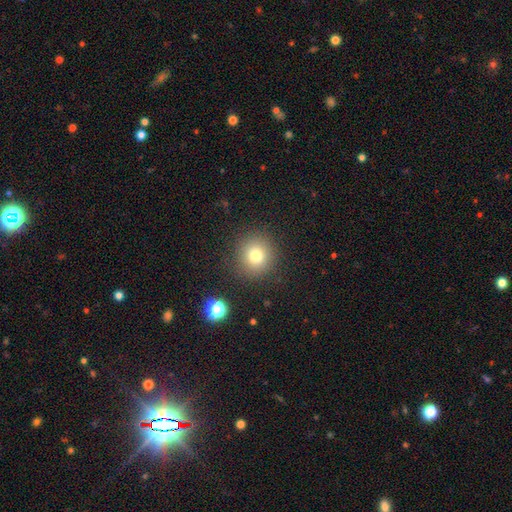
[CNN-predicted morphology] Smooth or featured: smooth — 76% (star or artifact — 15%)
How rounded: round — 91% (in between — 8%)
Merging: none — 88% (minor disturbance — 7%)